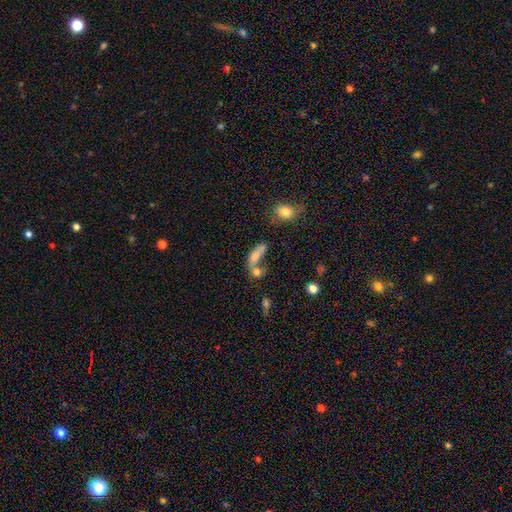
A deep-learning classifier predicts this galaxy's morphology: The model was most divided on "merging": merger: 54%, none: 22%, major disturbance: 13%, minor disturbance: 11%. More confident: smooth or featured — smooth (68%); how rounded — in between (67%).